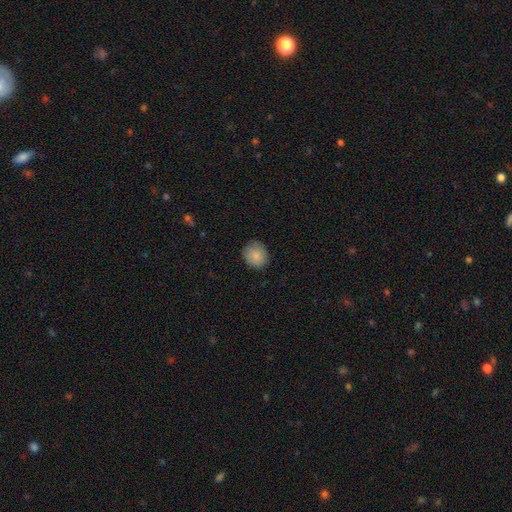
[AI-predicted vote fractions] smooth-or-featured: smooth: 87% | star or artifact: 8% | featured or disk: 5%
  how-rounded: round: 67% | in between: 32% | cigar-shaped: 1%
  merging: none: 85% | minor disturbance: 12% | major disturbance: 2% | merger: 1%